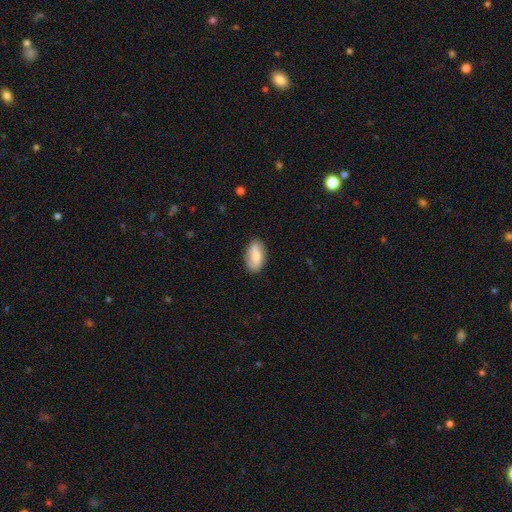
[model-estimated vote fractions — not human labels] A smooth galaxy with no disk features (71%) that is in between round and cigar-shaped (91%). Merging: none (85%).